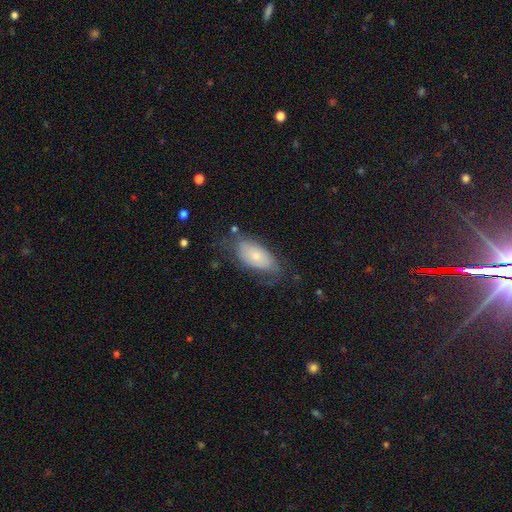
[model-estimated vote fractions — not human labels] Q: Smooth or featured?
A: smooth (61%); runner-up: featured or disk (30%)
Q: How rounded?
A: in between (90%); runner-up: cigar-shaped (7%)
Q: Merging?
A: none (60%); runner-up: minor disturbance (26%)